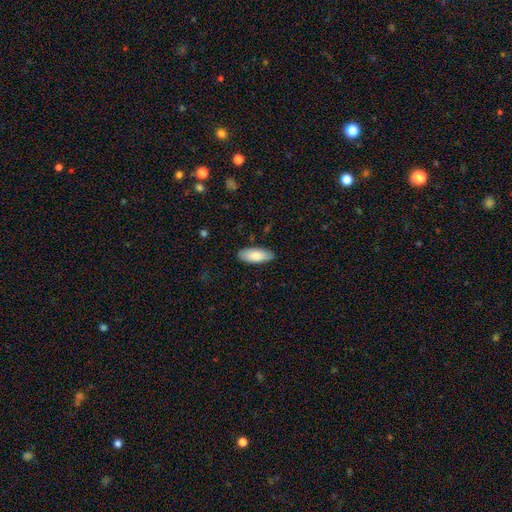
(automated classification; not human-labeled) The model was most divided on "how rounded": in between: 83%, cigar-shaped: 16%, round: 2%. More confident: merging — none (87%); smooth or featured — smooth (83%).